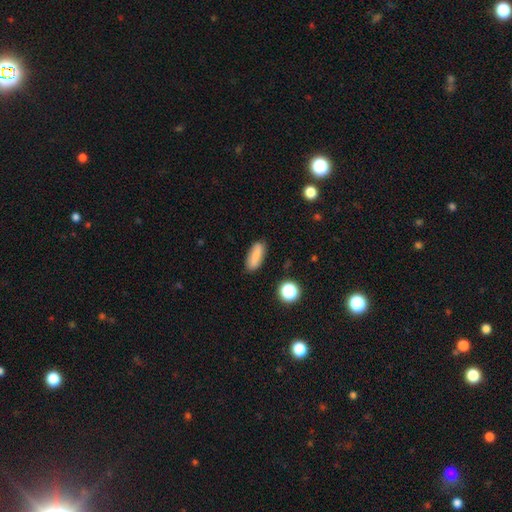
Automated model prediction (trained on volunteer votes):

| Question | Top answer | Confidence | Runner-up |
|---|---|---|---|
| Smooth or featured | smooth | 76% | featured or disk (15%) |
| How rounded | in between | 64% | cigar-shaped (32%) |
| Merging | none | 83% | minor disturbance (12%) |